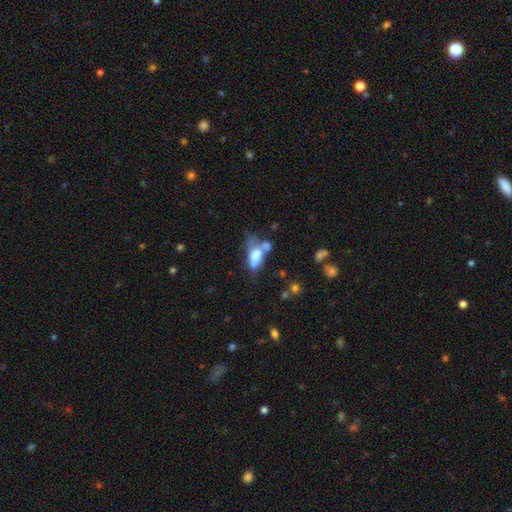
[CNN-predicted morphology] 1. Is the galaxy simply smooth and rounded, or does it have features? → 65% smooth, 25% featured or disk, 10% star or artifact.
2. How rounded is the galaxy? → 82% in between, 14% cigar-shaped, 5% round.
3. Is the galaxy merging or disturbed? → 42% merger, 20% none, 20% major disturbance, 18% minor disturbance.